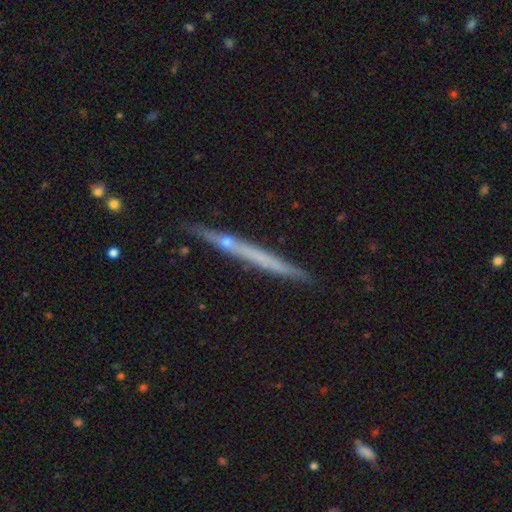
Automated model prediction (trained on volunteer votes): featured or disk 56%, smooth 36%, star or artifact 7%. Down the decision tree: edge-on disk — yes (97%); edge-on bulge — none (88%); merging — none (86%).